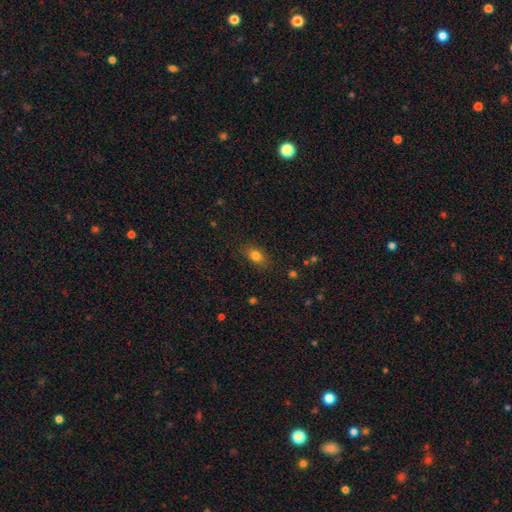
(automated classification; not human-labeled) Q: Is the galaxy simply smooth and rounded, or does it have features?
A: smooth — 80%.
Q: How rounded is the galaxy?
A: in between — 79%.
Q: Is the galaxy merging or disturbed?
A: none — 83%.